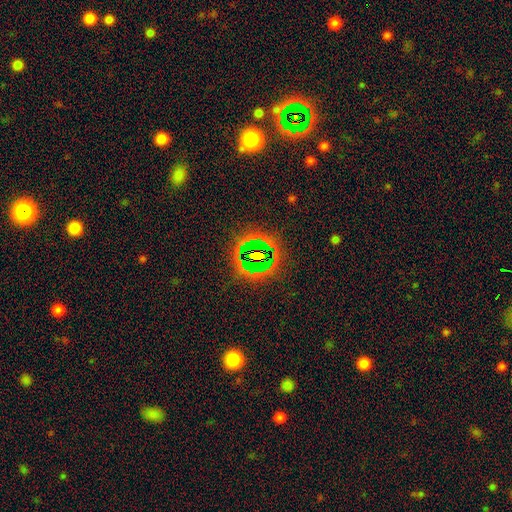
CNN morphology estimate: star or artifact 72%, smooth 16%, featured or disk 12%.